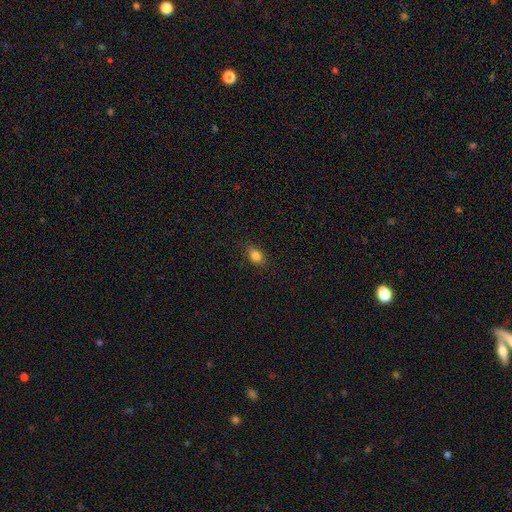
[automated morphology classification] smooth 84%, star or artifact 10%, featured or disk 6%. Down the decision tree: how rounded — in between (76%); merging — none (84%).